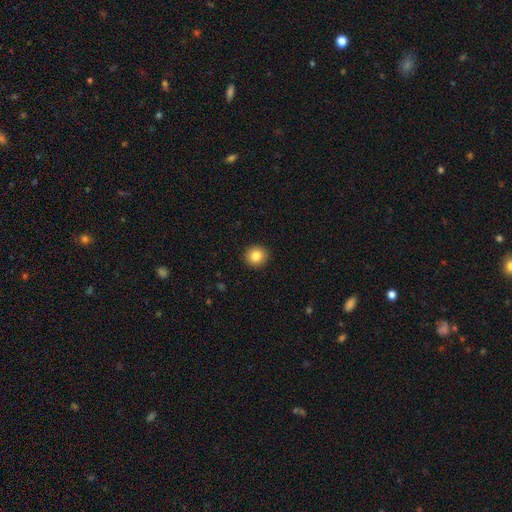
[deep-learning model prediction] smooth-or-featured: smooth: 83% | star or artifact: 10% | featured or disk: 7%
  how-rounded: round: 91% | in between: 8% | cigar-shaped: 1%
  merging: none: 93% | minor disturbance: 5% | major disturbance: 1% | merger: 1%